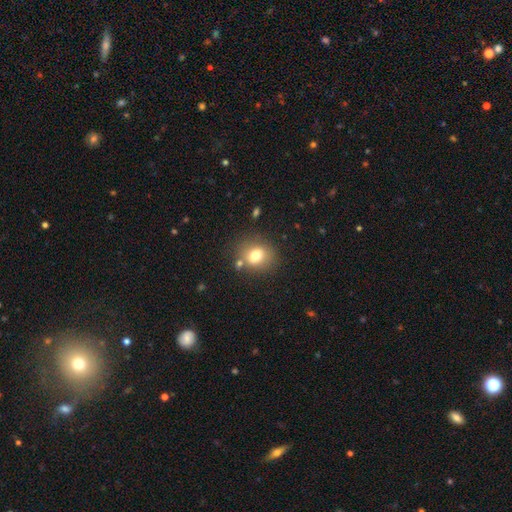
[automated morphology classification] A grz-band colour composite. It shows a smooth galaxy with no disk features (74%) that is round (67%). Merging: none (74%).